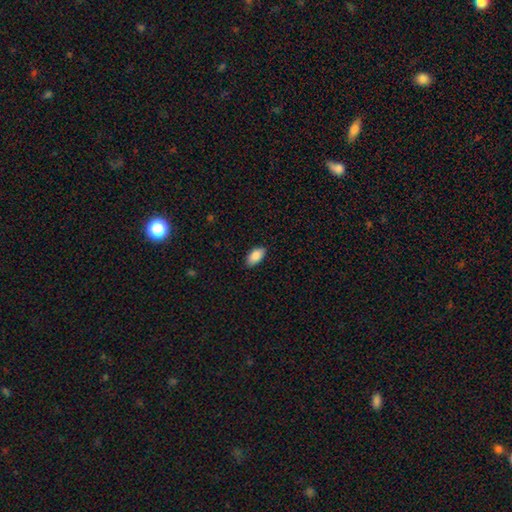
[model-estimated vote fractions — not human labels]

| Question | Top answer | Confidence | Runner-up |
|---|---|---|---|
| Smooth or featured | smooth | 88% | star or artifact (7%) |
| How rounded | in between | 94% | cigar-shaped (4%) |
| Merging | none | 87% | minor disturbance (10%) |